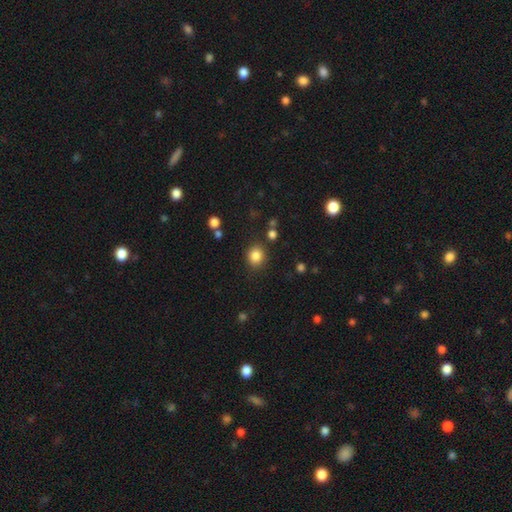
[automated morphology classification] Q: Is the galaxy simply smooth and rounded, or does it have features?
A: smooth — 84%.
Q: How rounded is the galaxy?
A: round — 79%.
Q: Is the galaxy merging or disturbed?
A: none — 85%.